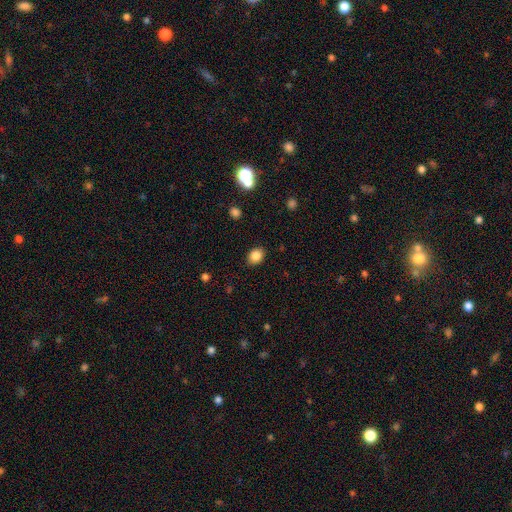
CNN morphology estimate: Smooth or featured?
  - smooth: 85% *
  - star or artifact: 10%
  - featured or disk: 5%
How rounded?
  - in between: 61% *
  - round: 38%
  - cigar-shaped: 1%
Merging?
  - none: 88% *
  - minor disturbance: 9%
  - major disturbance: 2%
  - merger: 1%